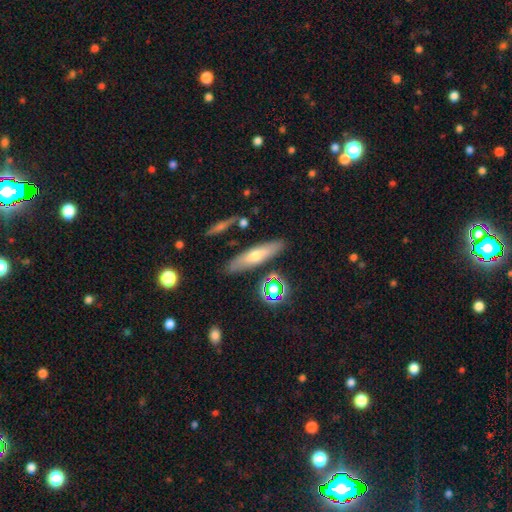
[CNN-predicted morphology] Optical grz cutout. It shows a smooth galaxy with no disk features (52%) that is cigar-shaped (69%). Merging: none (84%).